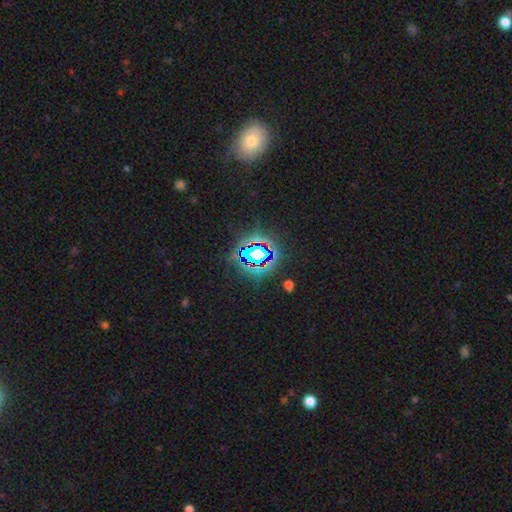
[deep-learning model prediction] This is likely a star or artifact rather than a galaxy (73%).